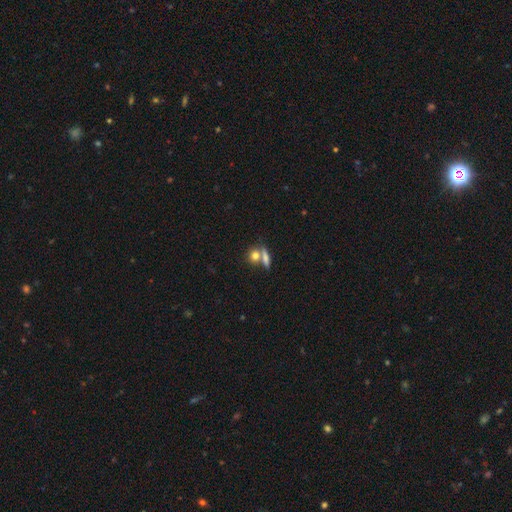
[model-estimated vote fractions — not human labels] Smooth or featured: smooth — 76% (featured or disk — 14%)
How rounded: round — 58% (in between — 30%)
Merging: none — 51% (merger — 37%)